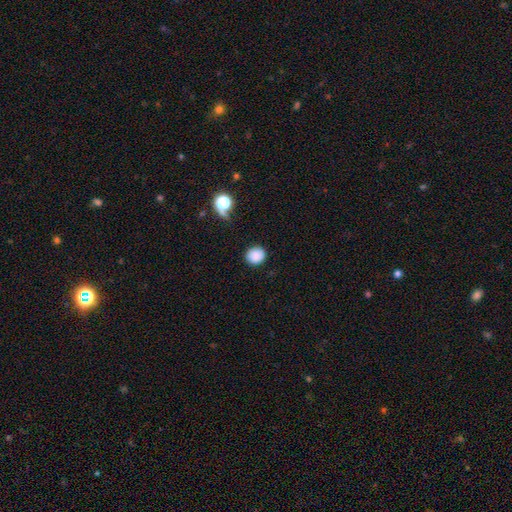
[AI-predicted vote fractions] A smooth galaxy with no disk features (85%) that is round (82%). Merging: none (86%).